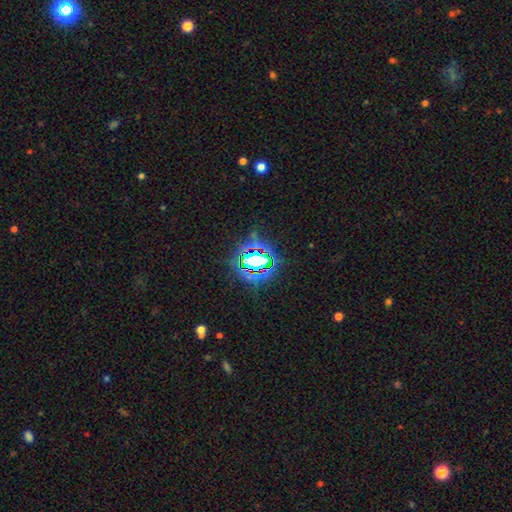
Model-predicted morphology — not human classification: Smooth or featured? star or artifact (79%)